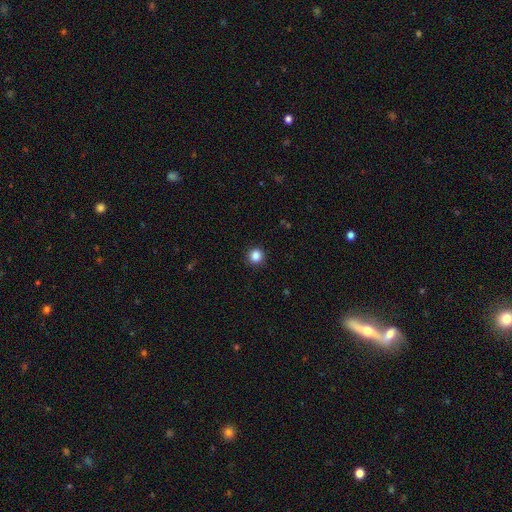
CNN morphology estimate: smooth-or-featured: smooth: 86% | star or artifact: 11% | featured or disk: 3%
  how-rounded: round: 95% | in between: 4% | cigar-shaped: 1%
  merging: none: 92% | minor disturbance: 5% | major disturbance: 2% | merger: 1%